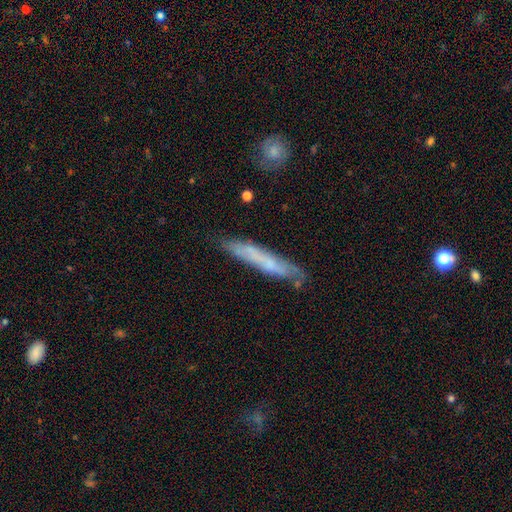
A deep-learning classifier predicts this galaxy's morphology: A featured or disk galaxy (48%).

Vote fractions:
- Smooth or featured? featured or disk: 48% / smooth: 45% / star or artifact: 7%
- Merging? none: 71% / minor disturbance: 21% / major disturbance: 5% / merger: 3%